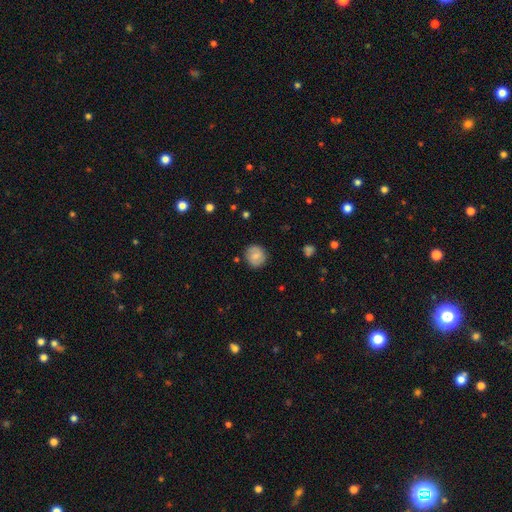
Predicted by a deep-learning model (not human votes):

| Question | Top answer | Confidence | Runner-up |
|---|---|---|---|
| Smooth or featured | smooth | 68% | featured or disk (24%) |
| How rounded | round | 88% | in between (11%) |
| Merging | none | 86% | minor disturbance (10%) |